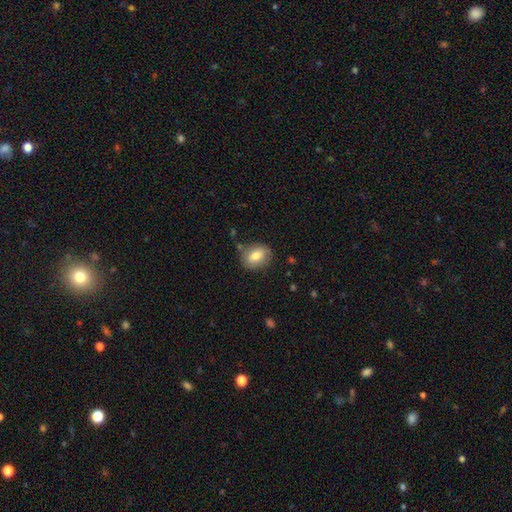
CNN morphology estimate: smooth-or-featured: smooth: 74% | featured or disk: 18% | star or artifact: 8%
  how-rounded: in between: 63% | round: 35% | cigar-shaped: 2%
  merging: none: 75% | minor disturbance: 17% | major disturbance: 5% | merger: 3%